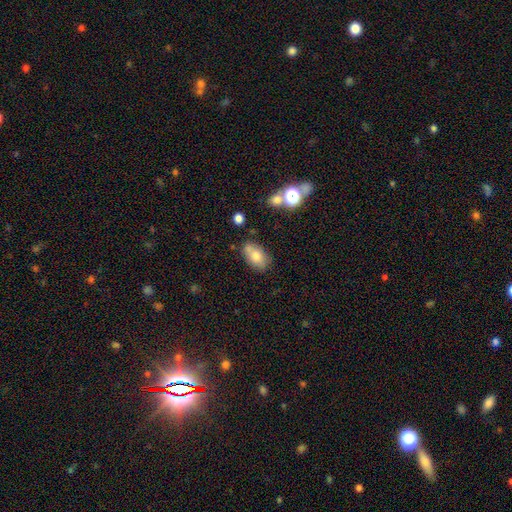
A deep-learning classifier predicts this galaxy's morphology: The model was most divided on "merging": none: 66%, minor disturbance: 20%, merger: 9%, major disturbance: 5%. More confident: how rounded — in between (88%); smooth or featured — smooth (74%).